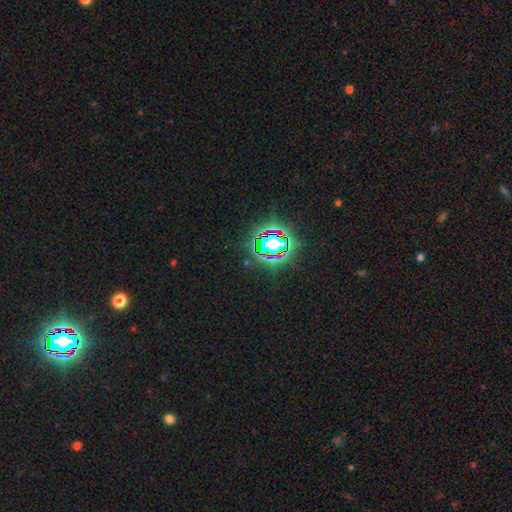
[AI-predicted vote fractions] Smooth or featured? Predicted: star or artifact (p=0.82).